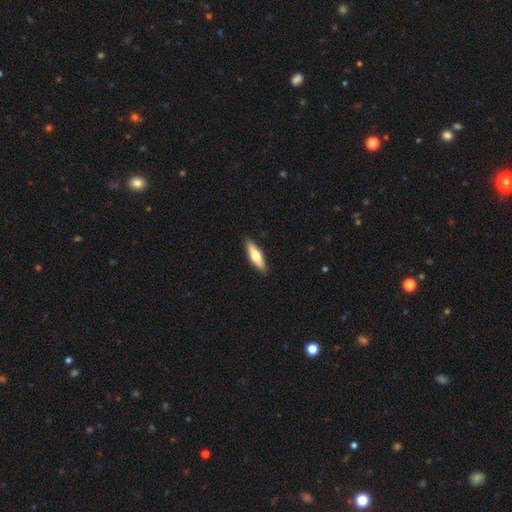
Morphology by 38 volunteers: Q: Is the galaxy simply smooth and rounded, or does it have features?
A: smooth — 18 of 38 (47%, tied with featured or disk).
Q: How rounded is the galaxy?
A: cigar-shaped — 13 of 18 (72%).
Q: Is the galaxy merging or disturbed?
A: none — 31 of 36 (86%).